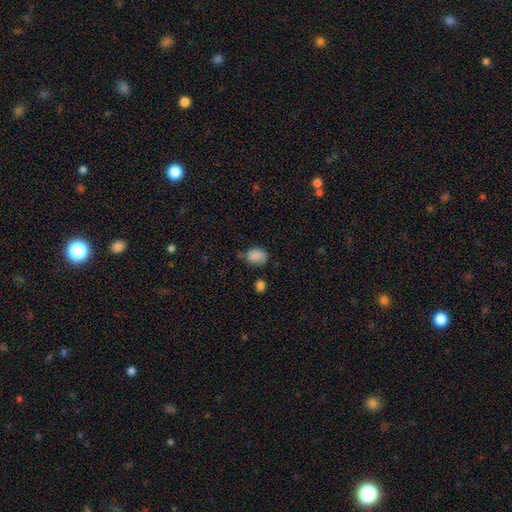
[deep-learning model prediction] Smooth or featured? smooth (85%)
How rounded? in between (65%)
Merging? none (59%)